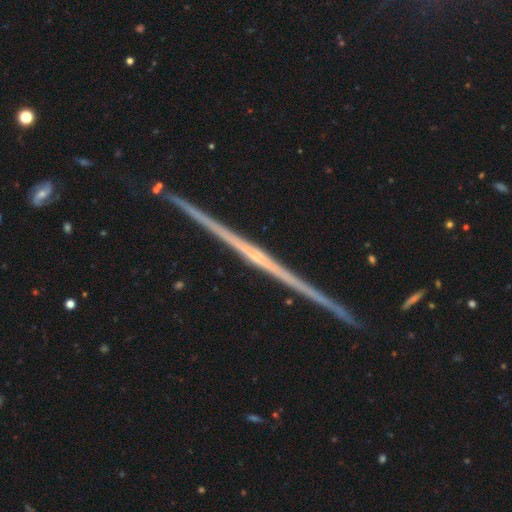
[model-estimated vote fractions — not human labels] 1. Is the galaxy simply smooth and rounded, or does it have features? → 81% featured or disk, 10% smooth, 9% star or artifact.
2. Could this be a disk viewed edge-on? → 98% yes, 2% no.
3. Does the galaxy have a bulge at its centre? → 65% none, 26% rounded, 10% boxy.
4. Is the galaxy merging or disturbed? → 92% none, 6% minor disturbance, 1% merger, 1% major disturbance.